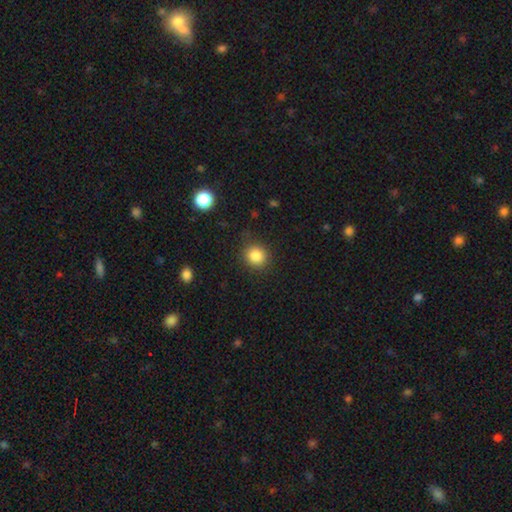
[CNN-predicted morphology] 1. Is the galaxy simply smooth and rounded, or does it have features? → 84% smooth, 11% star or artifact, 5% featured or disk.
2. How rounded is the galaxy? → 86% round, 13% in between, 1% cigar-shaped.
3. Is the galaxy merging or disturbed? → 87% none, 9% minor disturbance, 3% major disturbance, 1% merger.